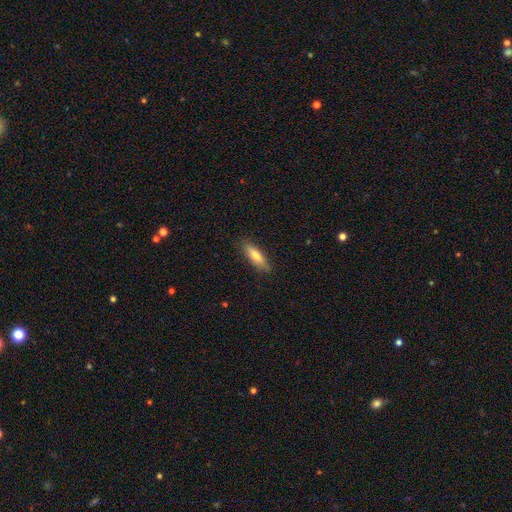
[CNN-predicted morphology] The model was most divided on "how rounded": cigar-shaped: 52%, in between: 46%, round: 2%. More confident: merging — none (86%); smooth or featured — smooth (70%).